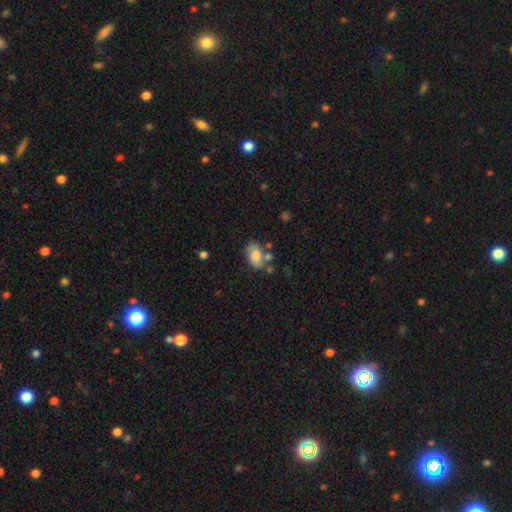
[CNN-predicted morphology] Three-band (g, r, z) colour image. It shows a smooth galaxy with no disk features (62%) that is in between round and cigar-shaped (89%). Merging: none (50%).